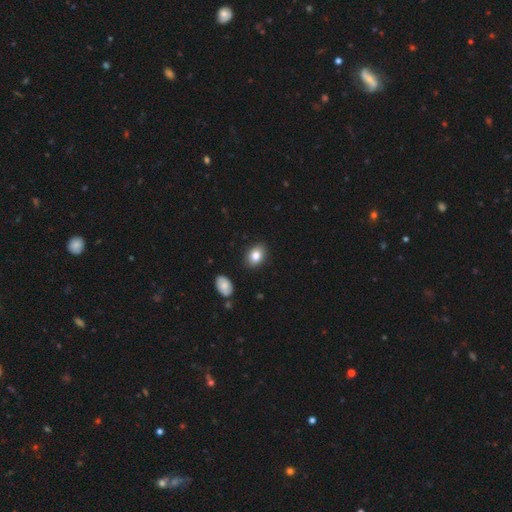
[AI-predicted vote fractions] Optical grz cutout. It shows a smooth galaxy with no disk features (83%) that is in between round and cigar-shaped (75%). Merging: none (88%).